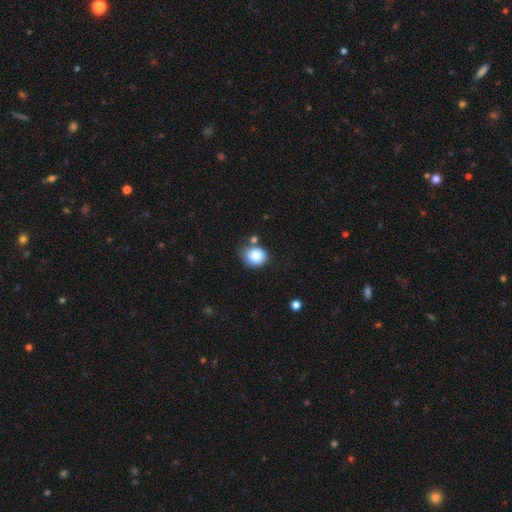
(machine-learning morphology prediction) This appears to be a smooth galaxy with no disk features (84%) that is round (69%). Merging: none (65%).